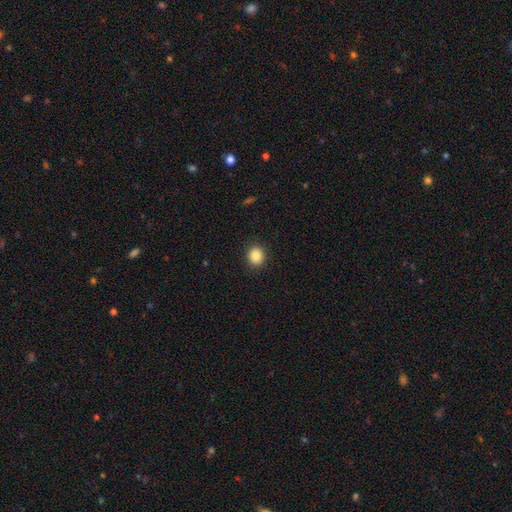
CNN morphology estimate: Smooth or featured?
  - smooth: 85% *
  - star or artifact: 10%
  - featured or disk: 5%
How rounded?
  - round: 72% *
  - in between: 27%
  - cigar-shaped: 1%
Merging?
  - none: 91% *
  - minor disturbance: 6%
  - major disturbance: 2%
  - merger: 1%